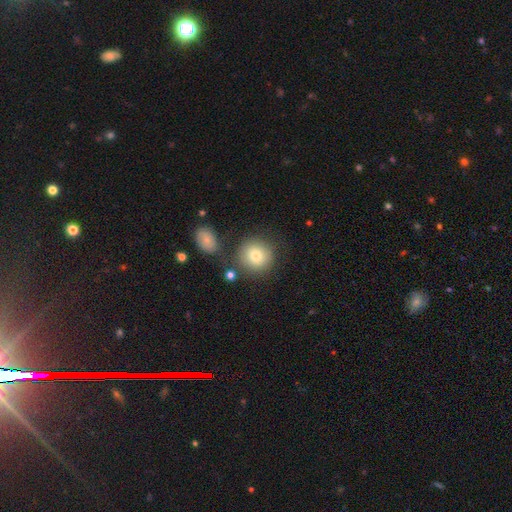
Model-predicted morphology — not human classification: smooth 78%, featured or disk 12%, star or artifact 10%. Down the decision tree: how rounded — round (91%); merging — none (78%).